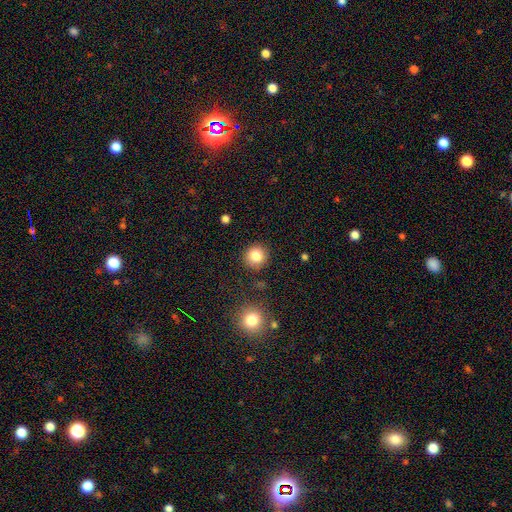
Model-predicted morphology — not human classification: Smooth or featured? Predicted: smooth (p=0.83). How rounded? Predicted: round (p=0.93). Merging? Predicted: none (p=0.88).